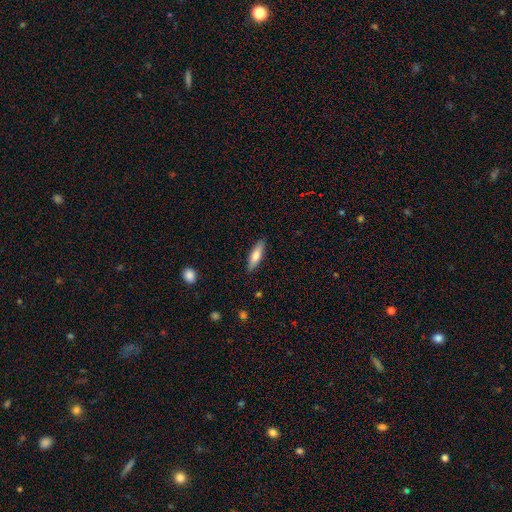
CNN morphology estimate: A smooth galaxy with no disk features (72%) that is cigar-shaped (55%). Merging: none (87%).